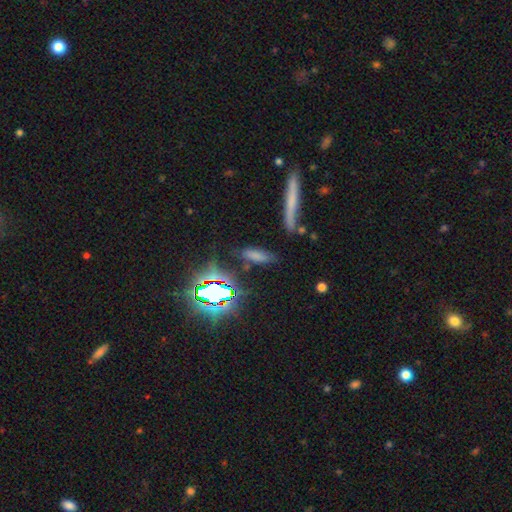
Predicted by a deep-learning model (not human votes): Smooth or featured: smooth — 68% (star or artifact — 18%)
How rounded: in between — 54% (cigar-shaped — 42%)
Merging: none — 70% (minor disturbance — 17%)